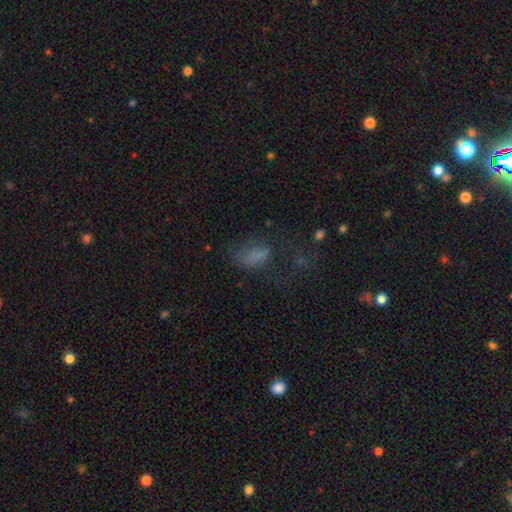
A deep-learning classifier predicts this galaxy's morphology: smooth-or-featured: smooth: 65% | star or artifact: 20% | featured or disk: 15%
  how-rounded: in between: 84% | round: 8% | cigar-shaped: 8%
  merging: none: 37% | major disturbance: 35% | minor disturbance: 23% | merger: 5%